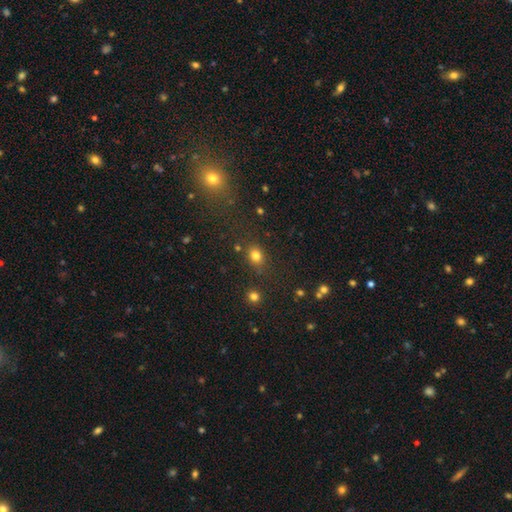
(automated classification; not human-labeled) The model was most divided on "how rounded" (2-way tie): round: 49%, in between: 49%, cigar-shaped: 1%. More confident: smooth or featured — smooth (79%); merging — none (77%).